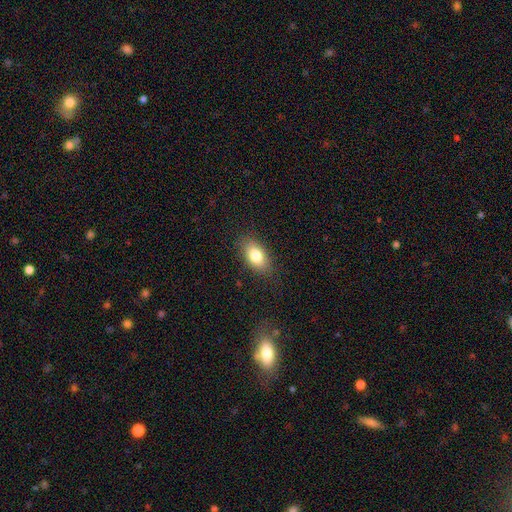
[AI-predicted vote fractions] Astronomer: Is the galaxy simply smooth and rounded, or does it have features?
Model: smooth — 81%.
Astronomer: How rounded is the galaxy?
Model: in between — 89%.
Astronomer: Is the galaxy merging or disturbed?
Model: none — 85%.